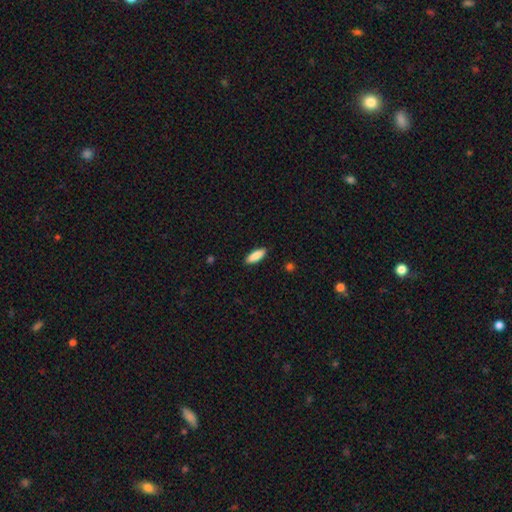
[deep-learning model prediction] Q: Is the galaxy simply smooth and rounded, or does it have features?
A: smooth — 88%.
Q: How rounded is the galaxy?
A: in between — 61%.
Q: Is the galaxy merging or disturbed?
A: none — 89%.